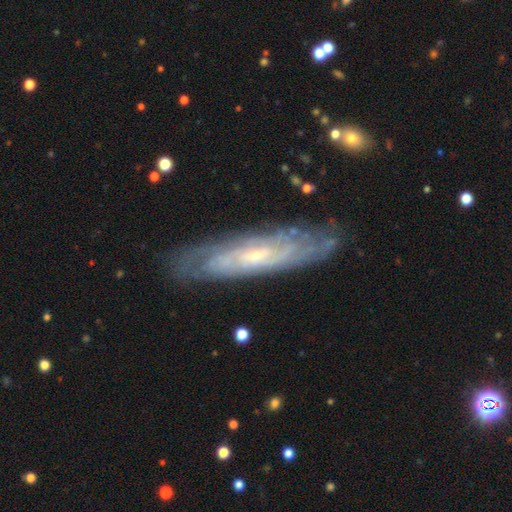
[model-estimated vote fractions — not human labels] This appears to be a featured or disk galaxy (79%) with no bar (64%), tight (72%) spiral arms (90%) and a small central bulge (75%). Merging: none (81%).